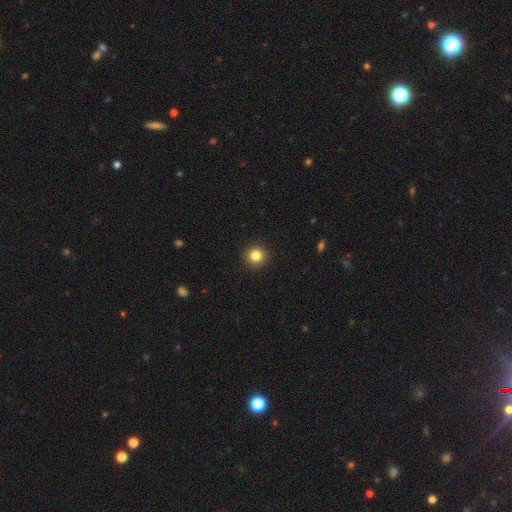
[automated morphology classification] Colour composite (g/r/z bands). It shows a smooth galaxy with no disk features (84%) that is round (95%). Merging: none (93%).